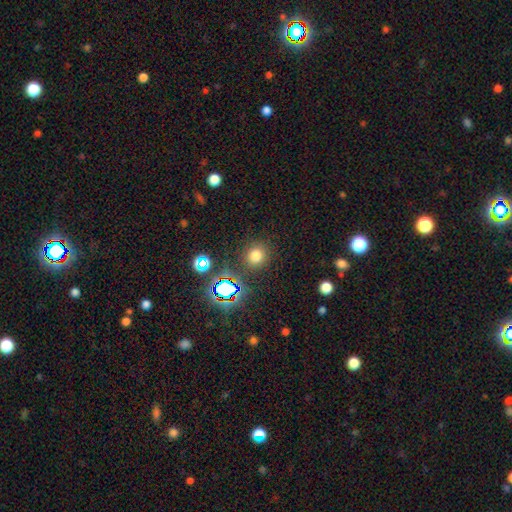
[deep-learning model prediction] smooth 72%, star or artifact 22%, featured or disk 6%. Down the decision tree: how rounded — round (86%); merging — none (86%).